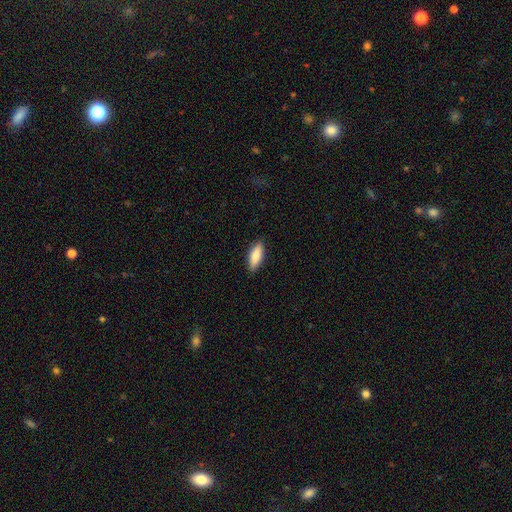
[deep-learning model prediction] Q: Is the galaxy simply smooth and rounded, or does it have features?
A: smooth — 84%.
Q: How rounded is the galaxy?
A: in between — 68%.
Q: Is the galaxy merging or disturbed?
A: none — 88%.